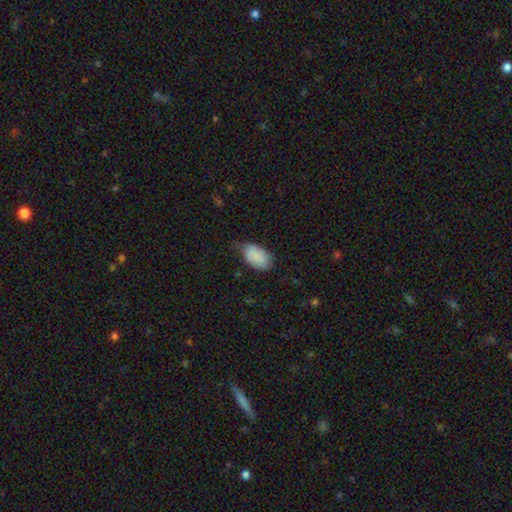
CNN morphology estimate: A smooth galaxy with no disk features (85%) that is in between round and cigar-shaped (93%).

Vote fractions:
- Smooth or featured? smooth: 85% / featured or disk: 8% / star or artifact: 6%
- How rounded? in between: 93% / round: 6% / cigar-shaped: 1%
- Merging? none: 55% / minor disturbance: 36% / major disturbance: 8% / merger: 2%